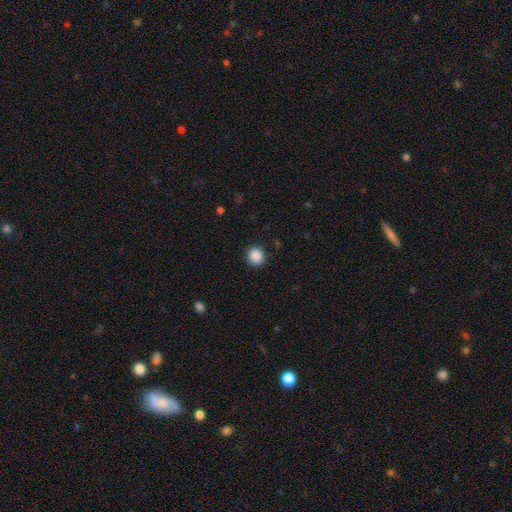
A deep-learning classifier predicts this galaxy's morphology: Smooth or featured: smooth — 89% (star or artifact — 9%)
How rounded: round — 87% (in between — 12%)
Merging: none — 90% (minor disturbance — 7%)